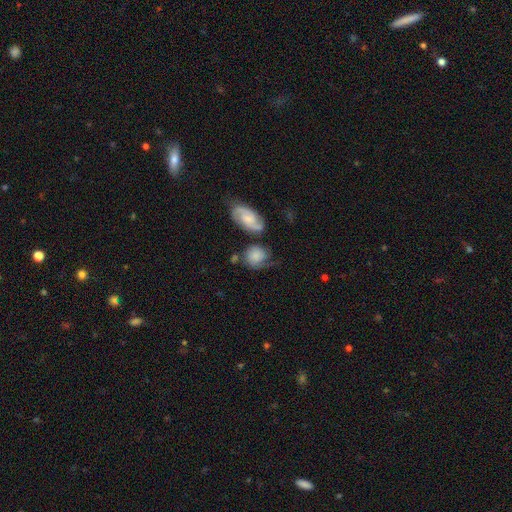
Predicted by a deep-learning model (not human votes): smooth_or_featured: smooth (p=0.62) [alt: featured or disk p=0.30]
how_rounded: round (p=0.71) [alt: in between p=0.27]
merging: none (p=0.50) [alt: minor disturbance p=0.23]